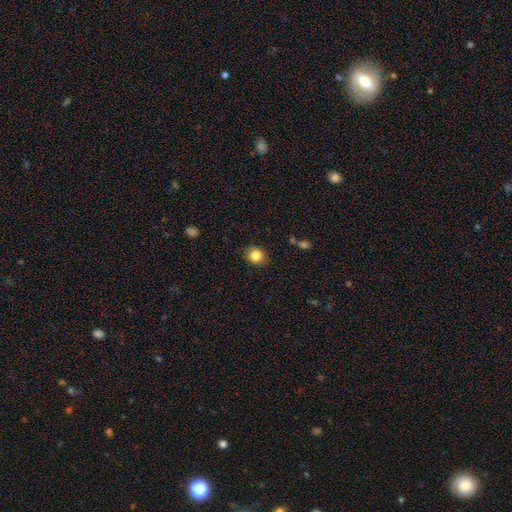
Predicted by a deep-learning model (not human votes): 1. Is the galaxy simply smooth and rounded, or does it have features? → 84% smooth, 10% star or artifact, 6% featured or disk.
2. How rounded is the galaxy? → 75% round, 24% in between, 1% cigar-shaped.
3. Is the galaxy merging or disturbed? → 86% none, 10% minor disturbance, 2% major disturbance, 1% merger.